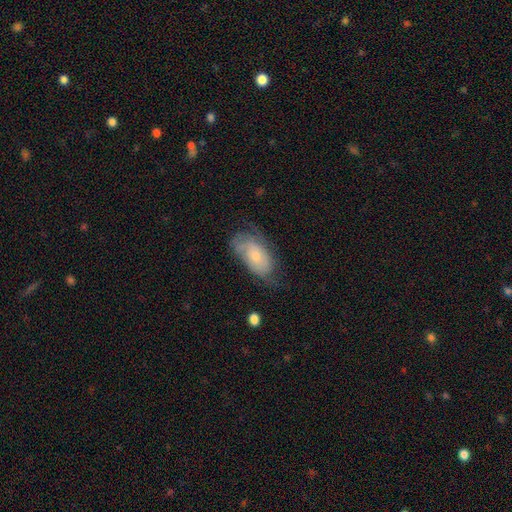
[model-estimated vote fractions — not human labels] A smooth galaxy with no disk features (48%). Merging: none (51%).